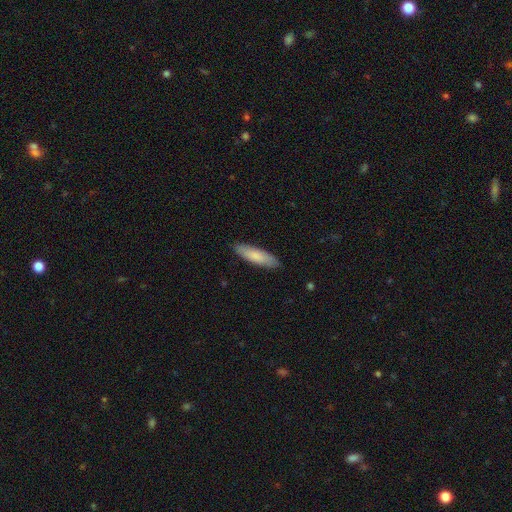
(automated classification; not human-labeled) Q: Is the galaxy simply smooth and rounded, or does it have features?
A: smooth — 81%.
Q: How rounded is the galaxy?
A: cigar-shaped — 63%.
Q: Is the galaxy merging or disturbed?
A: none — 88%.